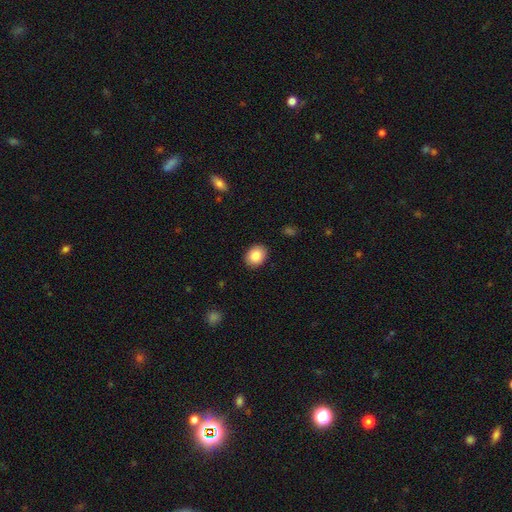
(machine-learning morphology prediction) This is clearly a smooth galaxy (85%). How rounded: possibly round (50%). Merging: clearly none (90%).